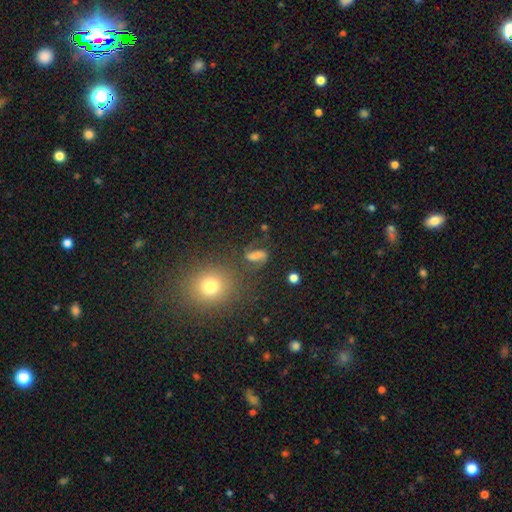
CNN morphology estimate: smooth-or-featured: smooth: 46% | featured or disk: 32% | star or artifact: 22%
  merging: none: 63% | minor disturbance: 17% | major disturbance: 13% | merger: 7%